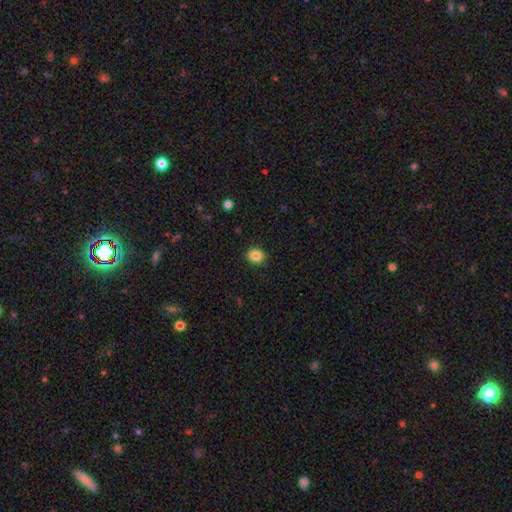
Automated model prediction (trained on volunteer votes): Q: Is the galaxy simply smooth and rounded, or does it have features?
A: smooth — 86%.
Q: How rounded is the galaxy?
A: round — 64%.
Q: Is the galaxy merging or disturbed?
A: none — 90%.